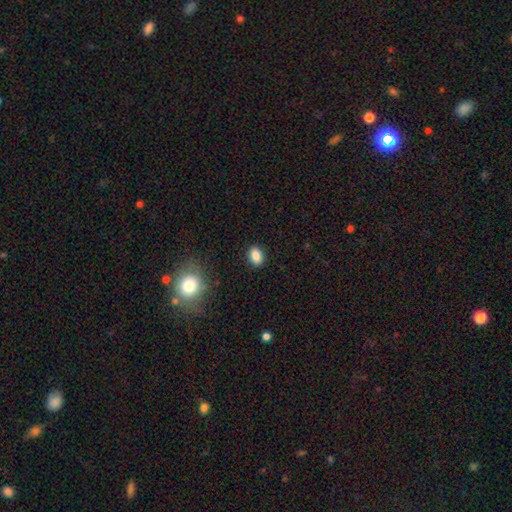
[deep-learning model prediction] Smooth or featured? smooth (85%)
How rounded? in between (76%)
Merging? none (88%)